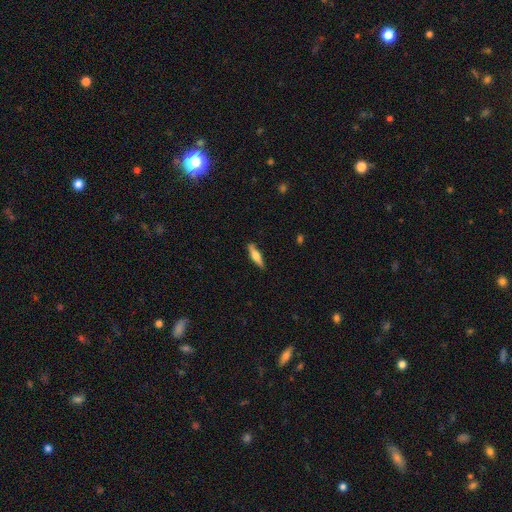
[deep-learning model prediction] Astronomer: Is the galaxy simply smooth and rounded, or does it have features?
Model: smooth — 54% (runner-up: featured or disk, 40%).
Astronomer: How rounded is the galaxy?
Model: cigar-shaped — 72%.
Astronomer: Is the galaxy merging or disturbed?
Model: none — 87%.